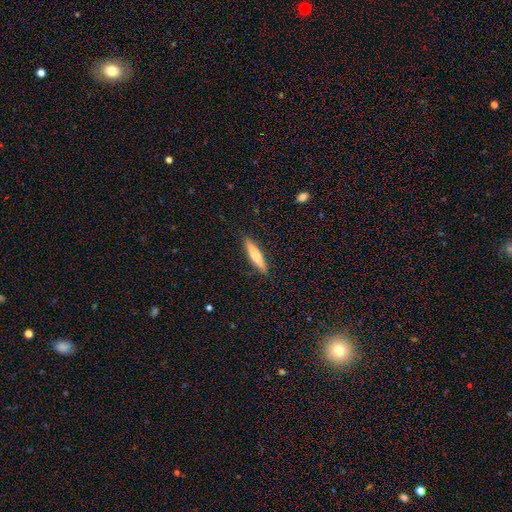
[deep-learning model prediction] smooth_or_featured: smooth (p=0.66) [alt: featured or disk p=0.28]
how_rounded: cigar-shaped (p=0.86) [alt: in between p=0.12]
merging: none (p=0.89) [alt: minor disturbance p=0.08]